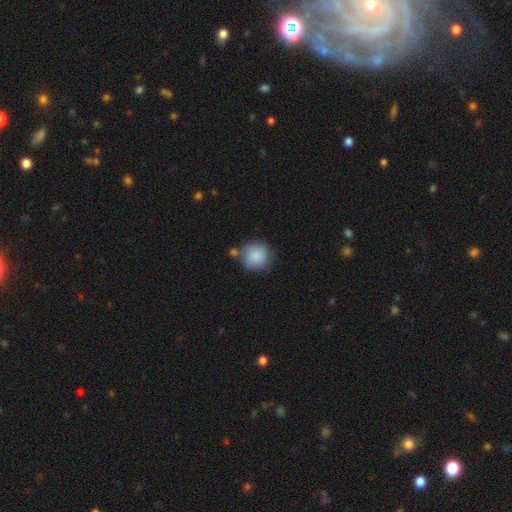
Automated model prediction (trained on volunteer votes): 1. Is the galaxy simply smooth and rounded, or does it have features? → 86% smooth, 8% featured or disk, 7% star or artifact.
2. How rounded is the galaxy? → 91% round, 8% in between, 1% cigar-shaped.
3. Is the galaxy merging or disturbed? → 65% none, 18% minor disturbance, 12% merger, 5% major disturbance.